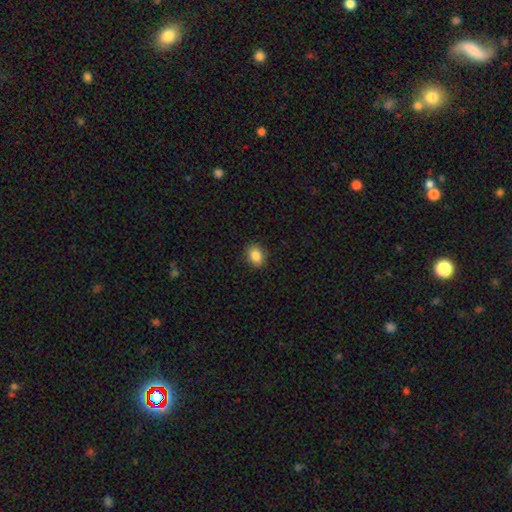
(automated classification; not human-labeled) A smooth galaxy with no disk features (86%) that is in between round and cigar-shaped (63%). Merging: none (89%).